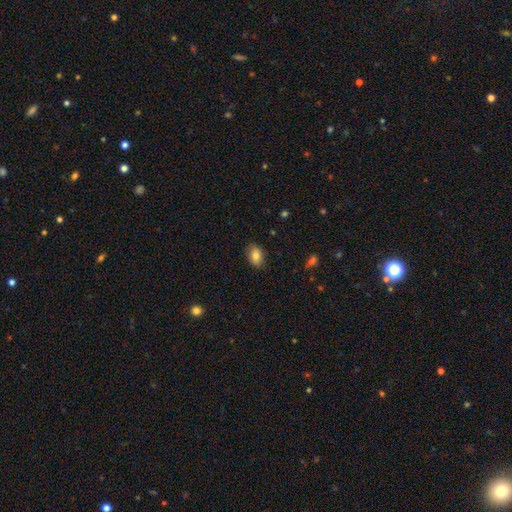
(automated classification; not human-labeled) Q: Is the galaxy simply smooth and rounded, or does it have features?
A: smooth — 82%.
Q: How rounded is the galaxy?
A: in between — 85%.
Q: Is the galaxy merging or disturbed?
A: none — 84%.